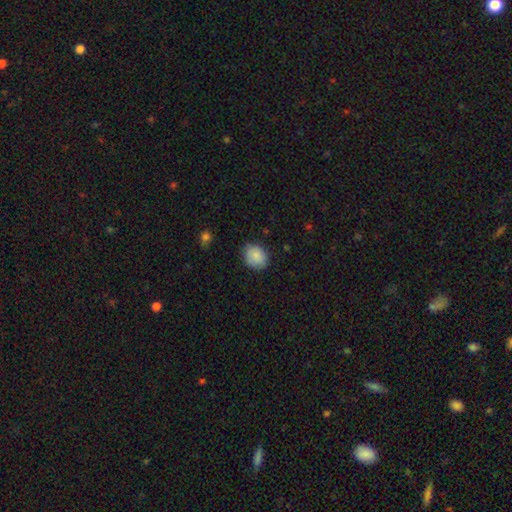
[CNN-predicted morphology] Q: Smooth or featured?
A: smooth (86%); runner-up: star or artifact (7%)
Q: How rounded?
A: round (65%); runner-up: in between (34%)
Q: Merging?
A: none (79%); runner-up: minor disturbance (17%)